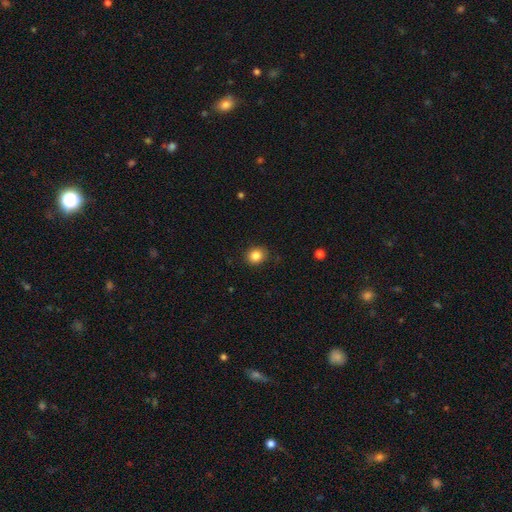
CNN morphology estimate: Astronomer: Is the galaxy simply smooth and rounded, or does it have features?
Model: smooth — 85%.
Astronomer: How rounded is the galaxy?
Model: round — 74%.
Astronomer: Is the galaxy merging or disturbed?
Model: none — 88%.